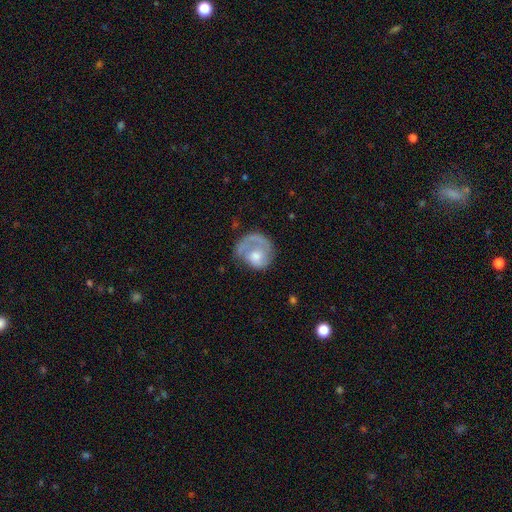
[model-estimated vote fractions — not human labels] Overall: featured or disk (66%; smooth 27%). Edge-on disk: no (98%). Bar: no (79%). Spiral arms: yes (79%). Spiral arm count: 1 (79%). Spiral winding: tight (46%; medium 31%). Bulge size: moderate (54%; small 25%). Merging: none (47%; major disturbance 30%).